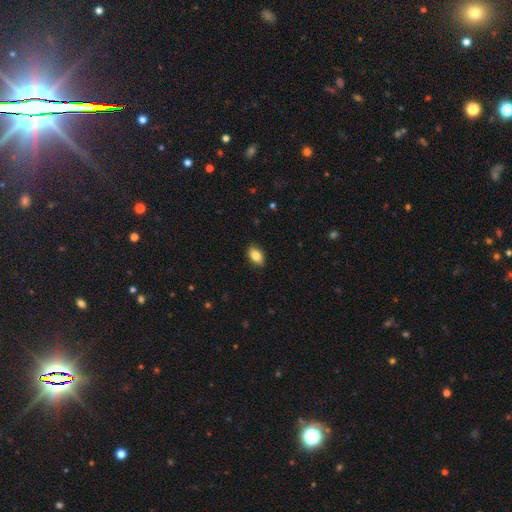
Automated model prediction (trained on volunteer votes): Smooth or featured? Predicted: smooth (p=0.84). How rounded? Predicted: in between (p=0.90). Merging? Predicted: none (p=0.87).